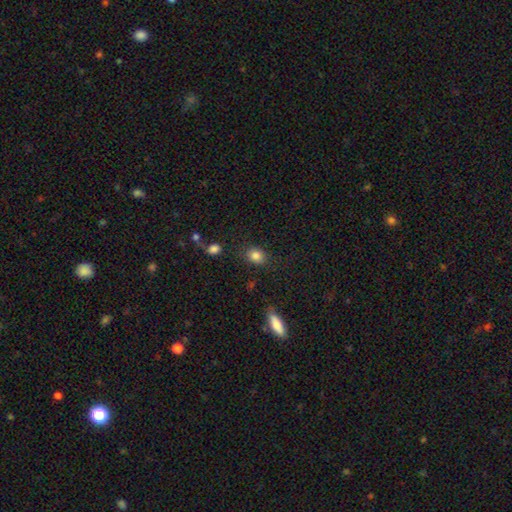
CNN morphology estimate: Smooth or featured: smooth — 85% (star or artifact — 10%)
How rounded: in between — 50% (round — 48%)
Merging: none — 81% (minor disturbance — 11%)